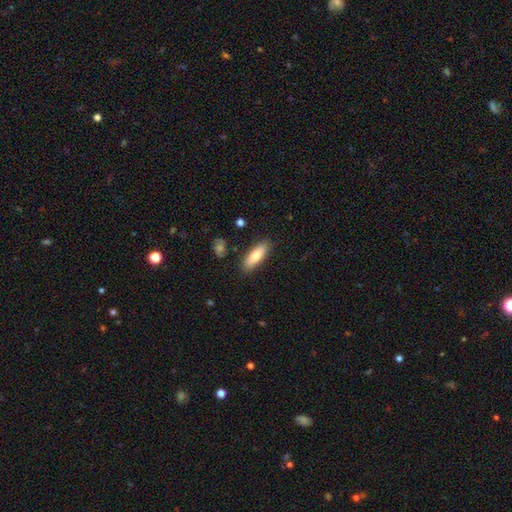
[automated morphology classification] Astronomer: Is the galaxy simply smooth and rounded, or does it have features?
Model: smooth — 79%.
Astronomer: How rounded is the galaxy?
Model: in between — 52% (runner-up: cigar-shaped, 46%).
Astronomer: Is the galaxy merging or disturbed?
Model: none — 86%.